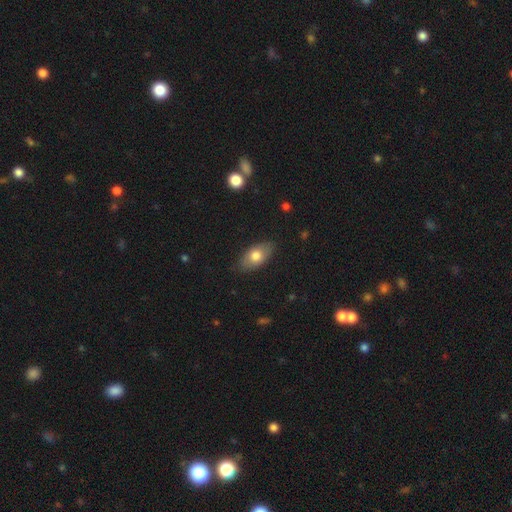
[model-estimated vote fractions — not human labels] A smooth galaxy with no disk features (72%) that is in between round and cigar-shaped (90%).

Vote fractions:
- Smooth or featured? smooth: 72% / featured or disk: 21% / star or artifact: 7%
- How rounded? in between: 90% / round: 6% / cigar-shaped: 4%
- Merging? none: 83% / minor disturbance: 13% / major disturbance: 3% / merger: 1%